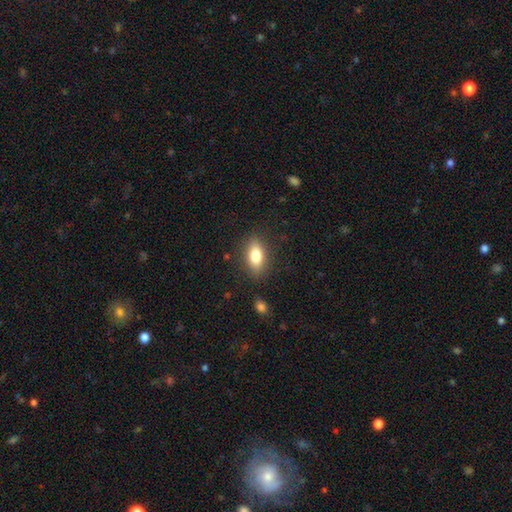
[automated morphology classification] The model was most divided on "smooth or featured": smooth: 80%, featured or disk: 12%, star or artifact: 8%. More confident: merging — none (85%); how rounded — in between (84%).